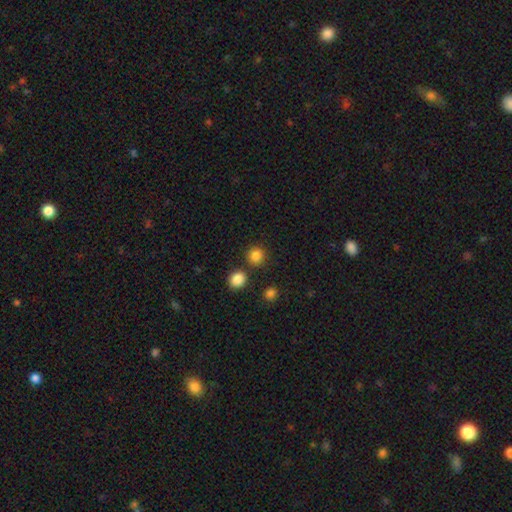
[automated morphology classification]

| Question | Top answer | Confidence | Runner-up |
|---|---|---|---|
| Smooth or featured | smooth | 84% | star or artifact (12%) |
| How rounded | round | 89% | in between (10%) |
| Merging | none | 81% | merger (9%) |